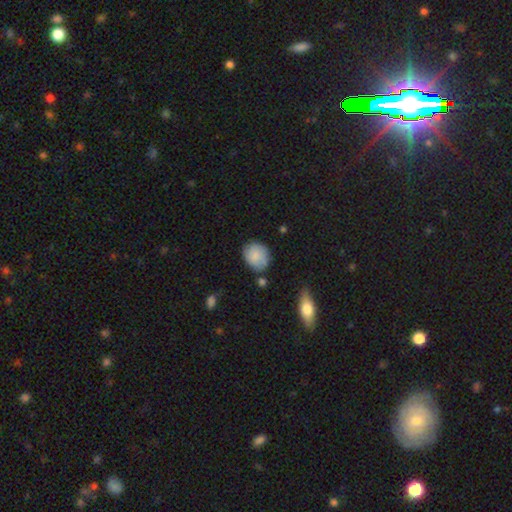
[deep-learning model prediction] Smooth or featured?
  - smooth: 86% *
  - featured or disk: 8%
  - star or artifact: 7%
How rounded?
  - round: 64% *
  - in between: 35%
  - cigar-shaped: 1%
Merging?
  - none: 72% *
  - minor disturbance: 20%
  - major disturbance: 4%
  - merger: 4%